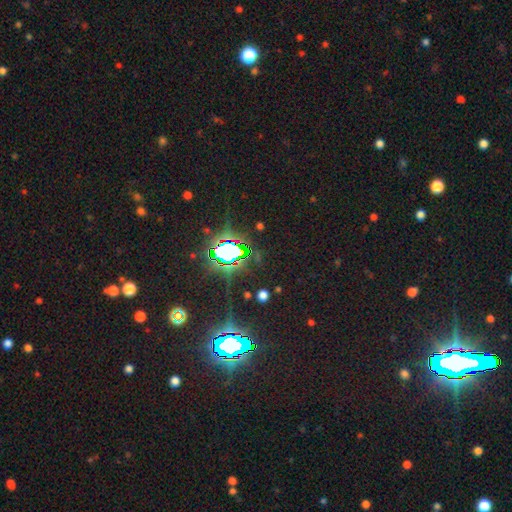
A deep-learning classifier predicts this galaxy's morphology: This appears to be a star or artifact, not a galaxy (80%).